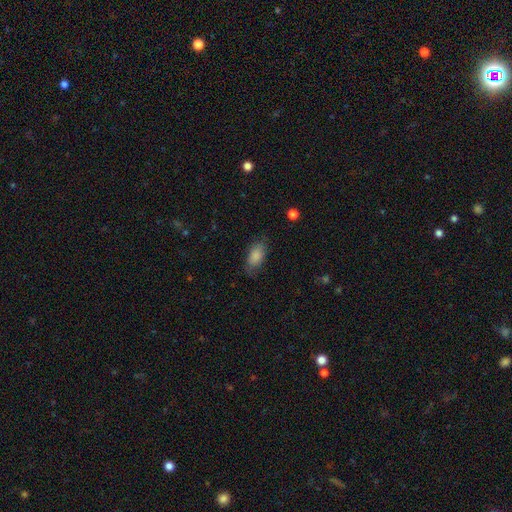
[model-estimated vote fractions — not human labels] A smooth galaxy with no disk features (85%) that is in between round and cigar-shaped (90%).

Vote fractions:
- Smooth or featured? smooth: 85% / featured or disk: 8% / star or artifact: 7%
- How rounded? in between: 90% / cigar-shaped: 6% / round: 4%
- Merging? none: 74% / minor disturbance: 19% / major disturbance: 6% / merger: 1%